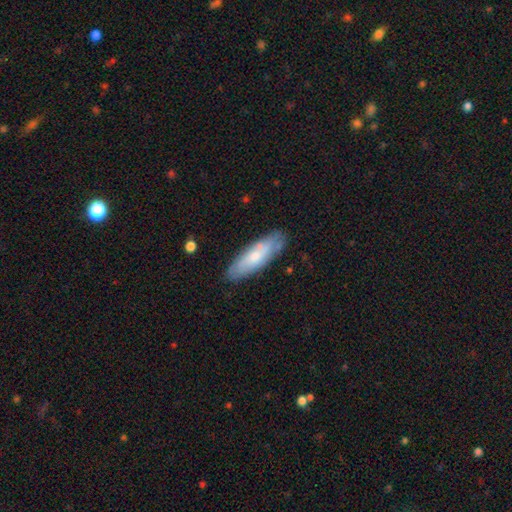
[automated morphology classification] smooth_or_featured: smooth (p=0.60) [alt: featured or disk p=0.34]
how_rounded: in between (p=0.51) [alt: cigar-shaped p=0.47]
merging: none (p=0.79) [alt: minor disturbance p=0.16]